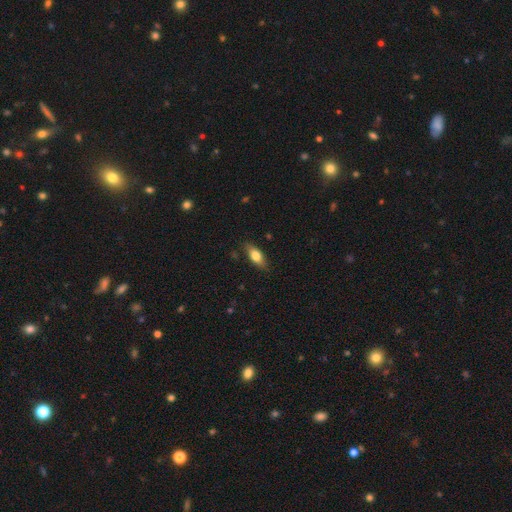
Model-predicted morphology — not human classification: A smooth galaxy with no disk features (72%) that is in between round and cigar-shaped (77%).

Vote fractions:
- Smooth or featured? smooth: 72% / featured or disk: 21% / star or artifact: 7%
- How rounded? in between: 77% / cigar-shaped: 20% / round: 4%
- Merging? none: 81% / minor disturbance: 14% / major disturbance: 3% / merger: 1%